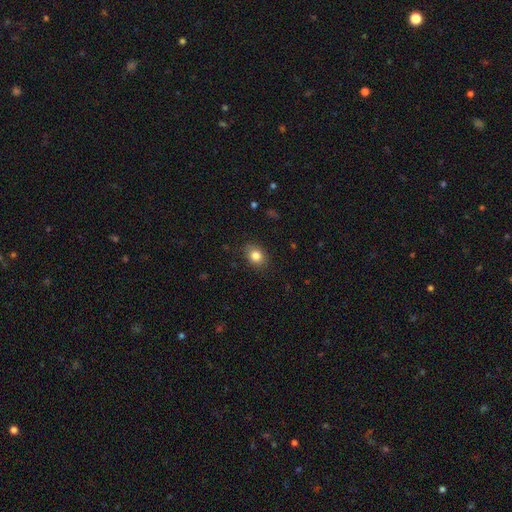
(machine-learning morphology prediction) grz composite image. It shows a smooth galaxy with no disk features (83%) that is in between round and cigar-shaped (57%). Merging: none (85%).